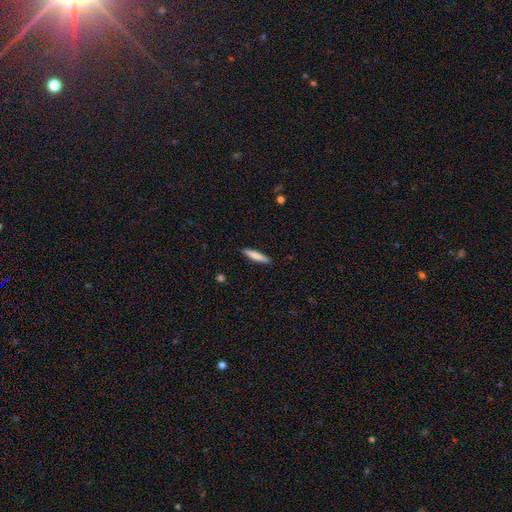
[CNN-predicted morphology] Q: Smooth or featured?
A: smooth (78%); runner-up: featured or disk (16%)
Q: How rounded?
A: cigar-shaped (88%); runner-up: in between (11%)
Q: Merging?
A: none (90%); runner-up: minor disturbance (7%)